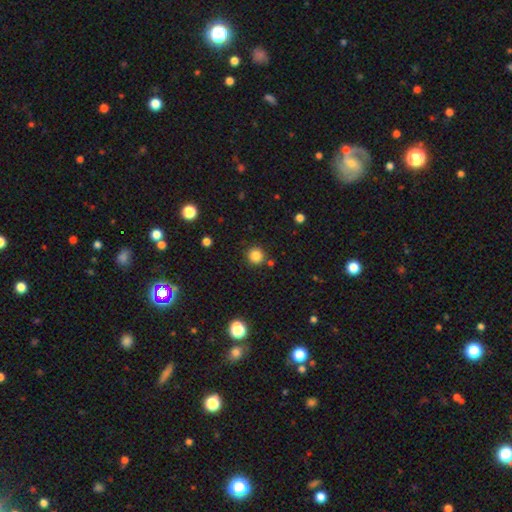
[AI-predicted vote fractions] This is clearly a smooth galaxy (84%). How rounded: clearly round (94%). Merging: clearly none (86%).